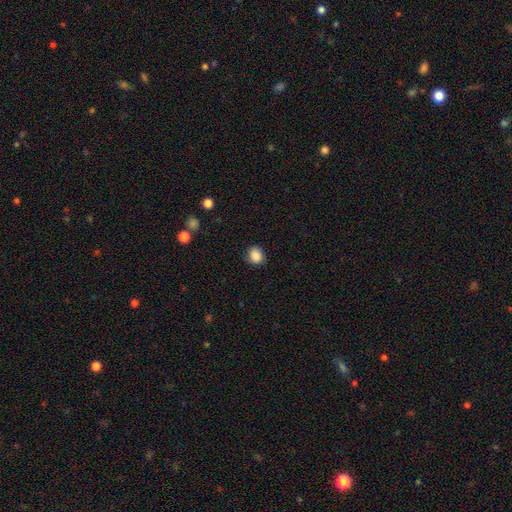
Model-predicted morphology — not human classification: Overall: smooth (87%). How rounded: round (67%; in between 32%). Merging: none (82%).